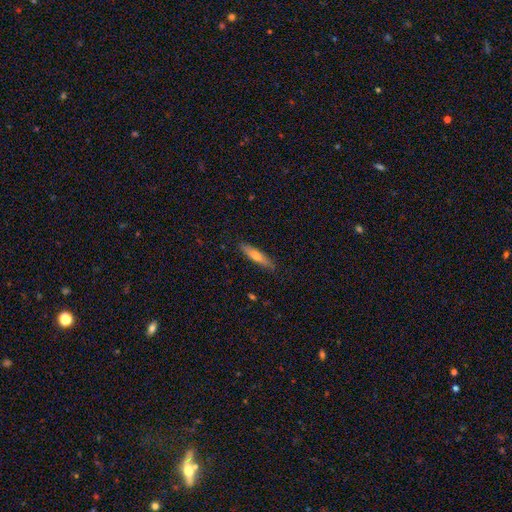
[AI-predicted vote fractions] smooth 62%, featured or disk 32%, star or artifact 6%. Down the decision tree: how rounded — cigar-shaped (81%); merging — none (87%).